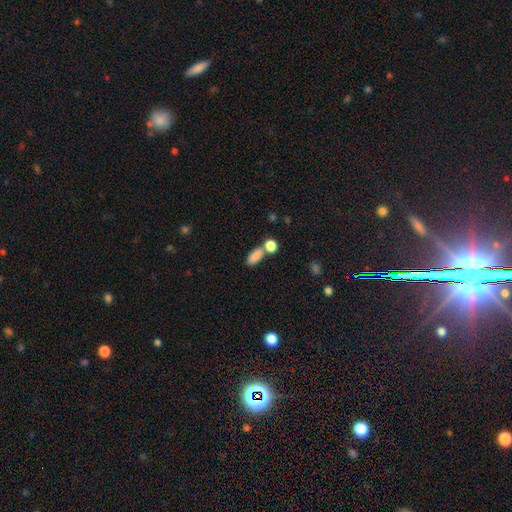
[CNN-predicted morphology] A smooth galaxy with no disk features (85%) that is in between round and cigar-shaped (81%). Merging: none (53%).